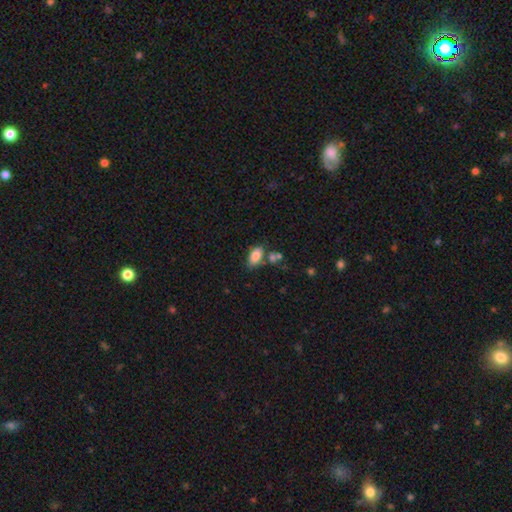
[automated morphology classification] Smooth or featured? Predicted: smooth (p=0.85). How rounded? Predicted: in between (p=0.91). Merging? Predicted: none (p=0.61).